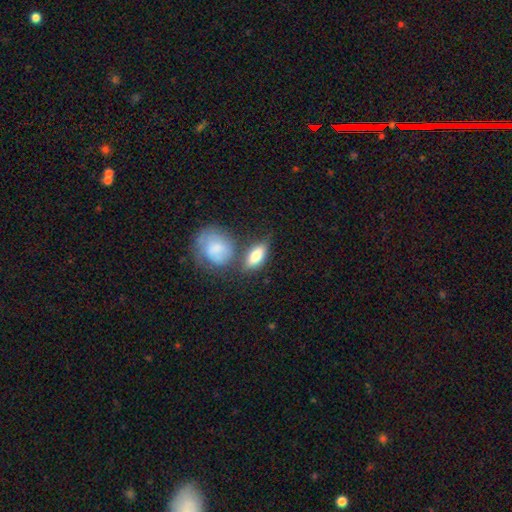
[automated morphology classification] A smooth galaxy with no disk features (77%) that is in between round and cigar-shaped (82%). Merging: none (59%).